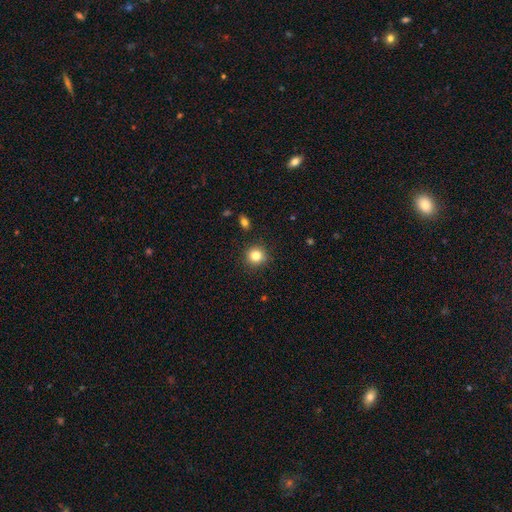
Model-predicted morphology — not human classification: Smooth or featured? Predicted: smooth (p=0.82). How rounded? Predicted: round (p=0.93). Merging? Predicted: none (p=0.90).